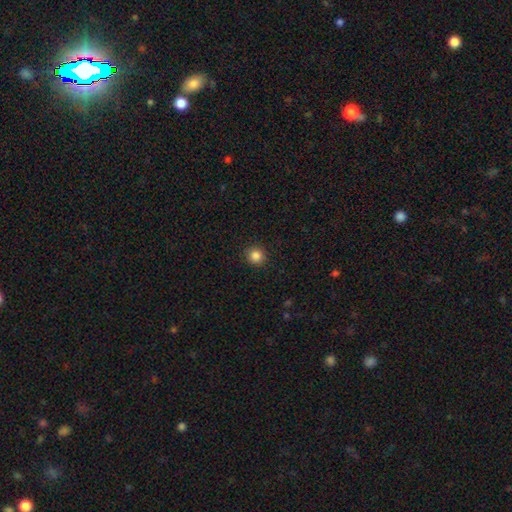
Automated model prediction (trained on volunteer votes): Overall: smooth (85%). How rounded: round (93%). Merging: none (92%).